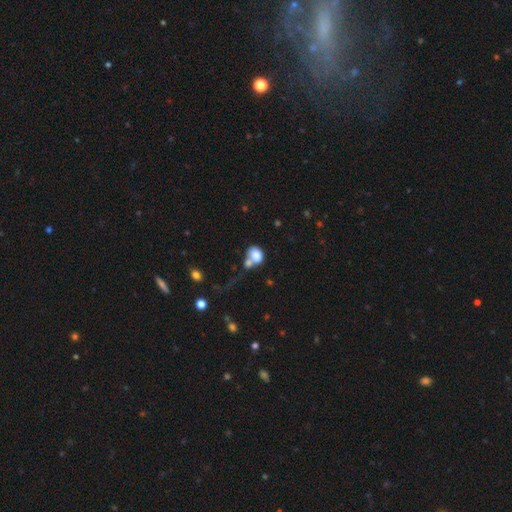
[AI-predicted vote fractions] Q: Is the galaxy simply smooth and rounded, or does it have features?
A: smooth — 79%.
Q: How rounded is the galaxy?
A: in between — 52%.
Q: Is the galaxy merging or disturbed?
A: merger — 49%.